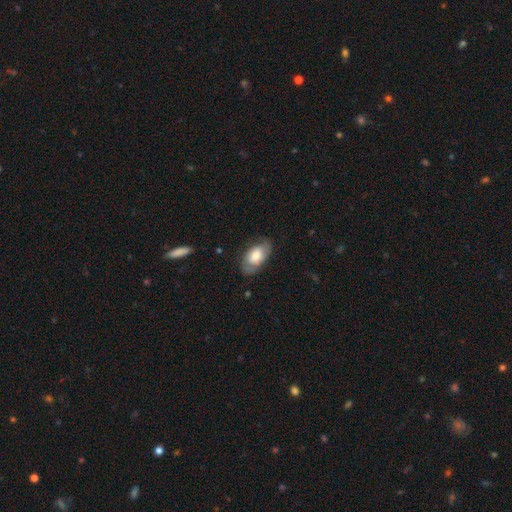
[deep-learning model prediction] smooth-or-featured: smooth: 62% | featured or disk: 32% | star or artifact: 6%
  how-rounded: in between: 93% | round: 4% | cigar-shaped: 3%
  merging: none: 71% | minor disturbance: 21% | major disturbance: 7% | merger: 1%